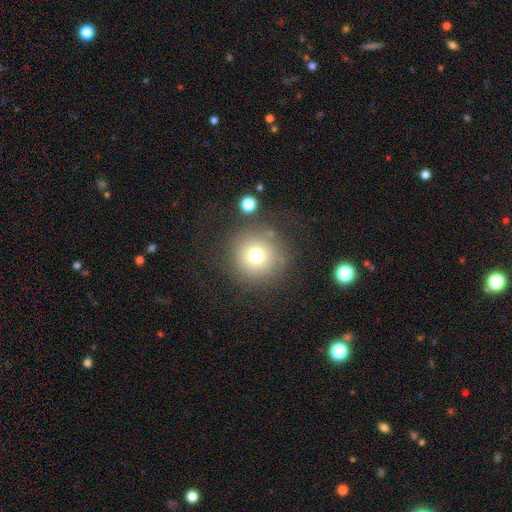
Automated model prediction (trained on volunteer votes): A smooth galaxy with no disk features (73%) that is round (95%). Merging: none (81%).